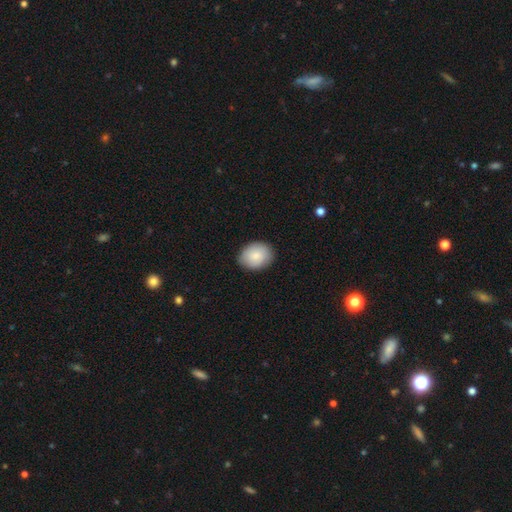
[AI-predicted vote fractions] A smooth galaxy with no disk features (86%) that is in between round and cigar-shaped (57%).

Vote fractions:
- Smooth or featured? smooth: 86% / featured or disk: 7% / star or artifact: 6%
- How rounded? in between: 57% / round: 42% / cigar-shaped: 1%
- Merging? none: 85% / minor disturbance: 12% / major disturbance: 2% / merger: 1%